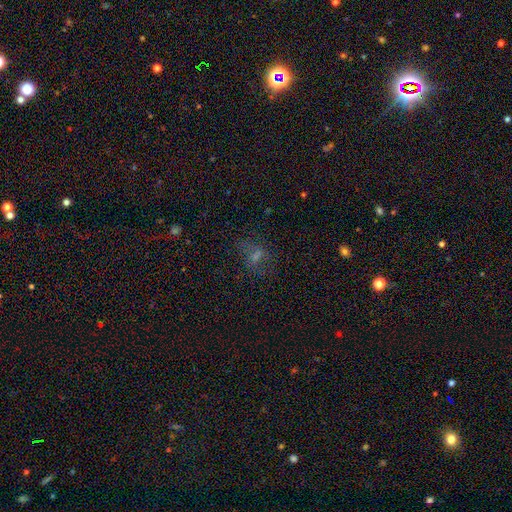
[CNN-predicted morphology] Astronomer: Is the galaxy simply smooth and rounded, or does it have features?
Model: smooth — 51%.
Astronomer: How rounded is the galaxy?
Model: in between — 69%.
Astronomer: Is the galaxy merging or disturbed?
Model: none — 58%.